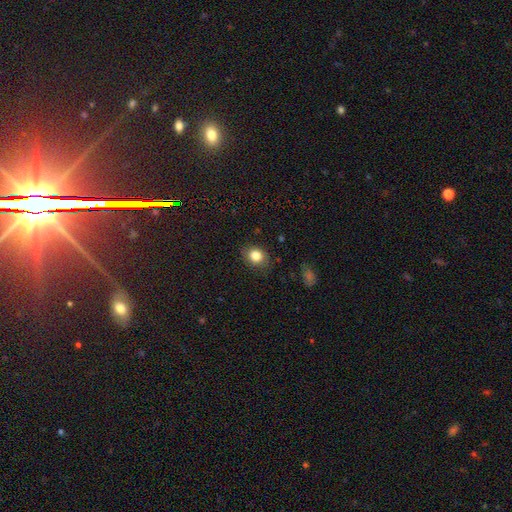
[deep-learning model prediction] A smooth galaxy with no disk features (83%) that is round (58%). Merging: none (84%).